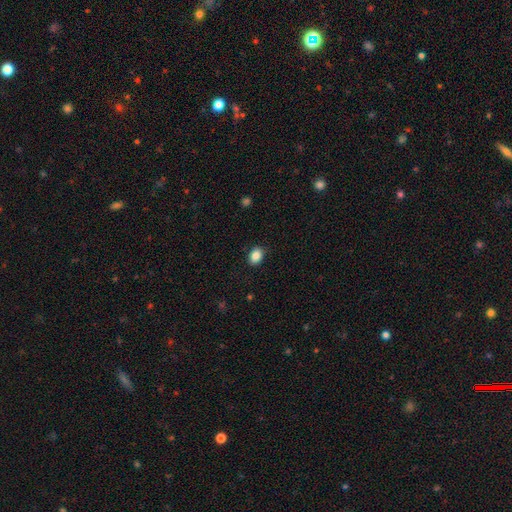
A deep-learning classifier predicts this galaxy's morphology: smooth-or-featured: smooth: 87% | star or artifact: 8% | featured or disk: 4%
  how-rounded: in between: 74% | round: 25% | cigar-shaped: 1%
  merging: none: 87% | minor disturbance: 10% | major disturbance: 2% | merger: 1%